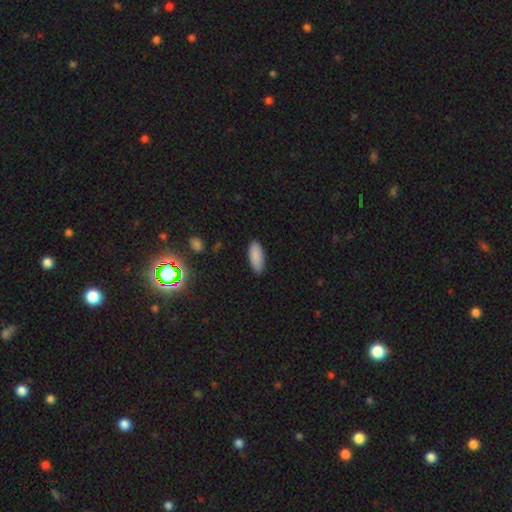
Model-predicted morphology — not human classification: A smooth galaxy with no disk features (89%) that is in between round and cigar-shaped (79%). Merging: none (86%).